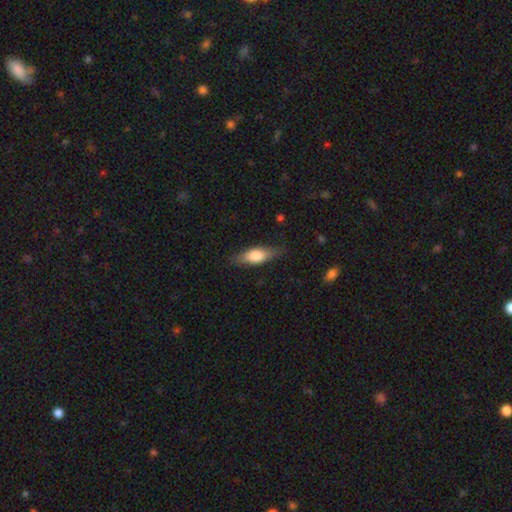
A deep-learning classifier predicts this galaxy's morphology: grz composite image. It shows a smooth galaxy with no disk features (66%) that is in between round and cigar-shaped (60%). Merging: none (80%).